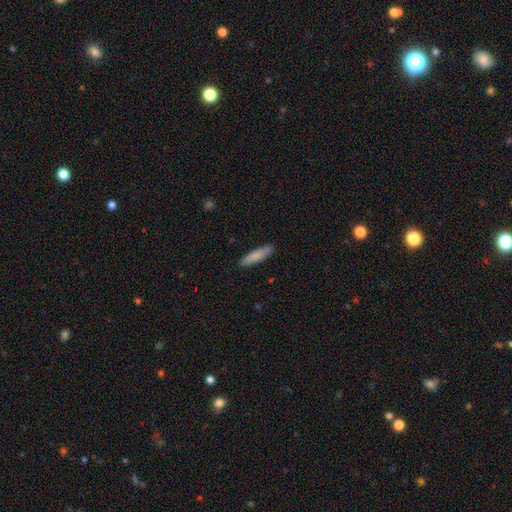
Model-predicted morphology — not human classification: smooth-or-featured: smooth: 81% | featured or disk: 14% | star or artifact: 6%
  how-rounded: cigar-shaped: 79% | in between: 20% | round: 1%
  merging: none: 88% | minor disturbance: 9% | major disturbance: 2% | merger: 1%